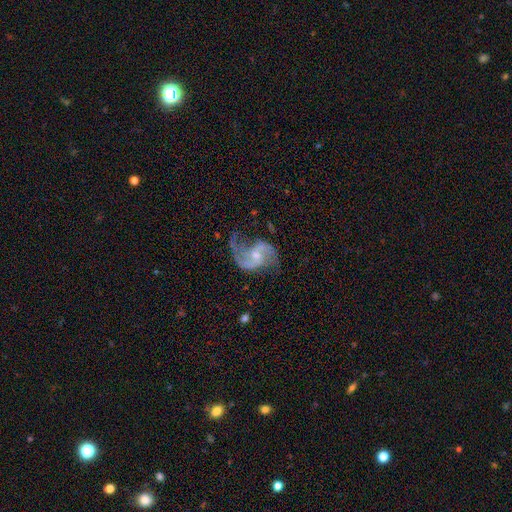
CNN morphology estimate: This appears to be a featured or disk galaxy (90%) with a weak bar (47%), 2 (91%) loose (56%) spiral arms (97%) and a small central bulge (53%). Merging: none (62%).